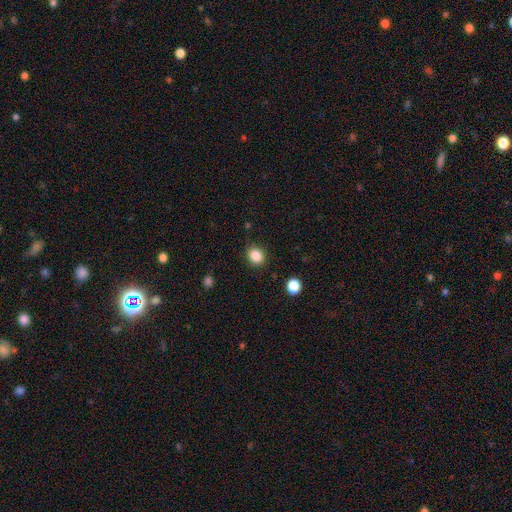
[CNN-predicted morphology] This appears to be a smooth galaxy with no disk features (86%) that is round (64%). Merging: none (84%).